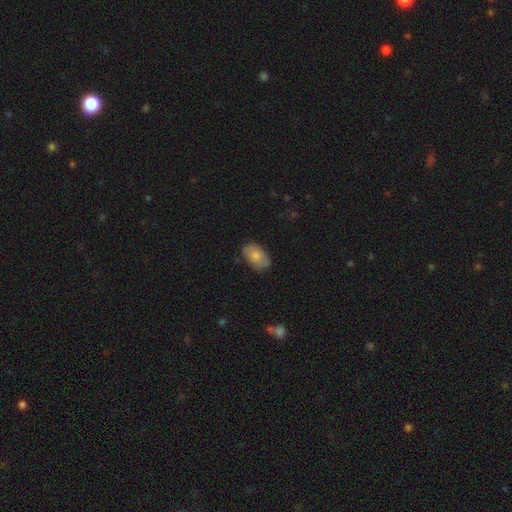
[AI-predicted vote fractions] smooth-or-featured: smooth: 80% | featured or disk: 13% | star or artifact: 6%
  how-rounded: in between: 92% | round: 6% | cigar-shaped: 1%
  merging: none: 77% | minor disturbance: 18% | major disturbance: 3% | merger: 1%